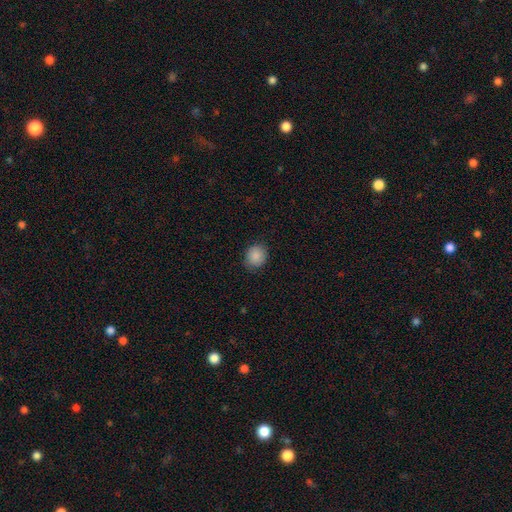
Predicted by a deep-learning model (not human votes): smooth_or_featured: smooth (p=0.88) [alt: star or artifact p=0.08]
how_rounded: round (p=0.75) [alt: in between p=0.24]
merging: none (p=0.84) [alt: minor disturbance p=0.12]